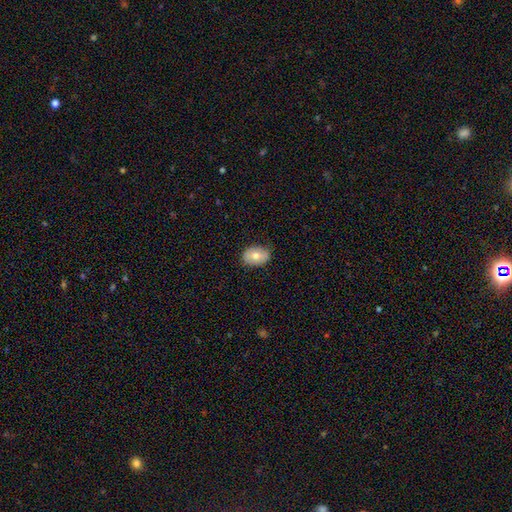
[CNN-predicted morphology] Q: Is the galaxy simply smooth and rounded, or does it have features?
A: smooth — 71%.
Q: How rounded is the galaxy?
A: in between — 79%.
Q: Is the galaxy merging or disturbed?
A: none — 83%.